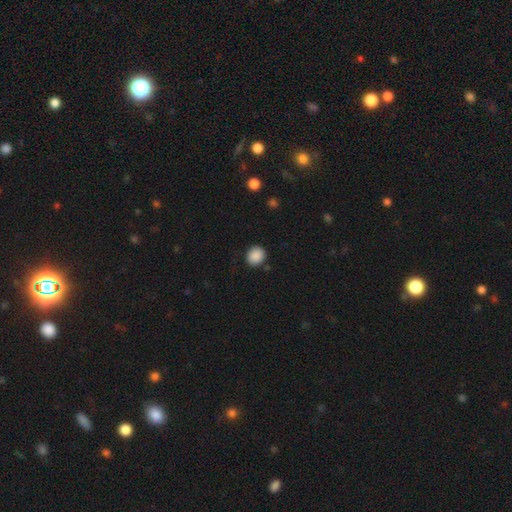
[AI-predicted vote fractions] smooth_or_featured: smooth (p=0.88) [alt: star or artifact p=0.09]
how_rounded: round (p=0.80) [alt: in between p=0.19]
merging: none (p=0.85) [alt: minor disturbance p=0.10]